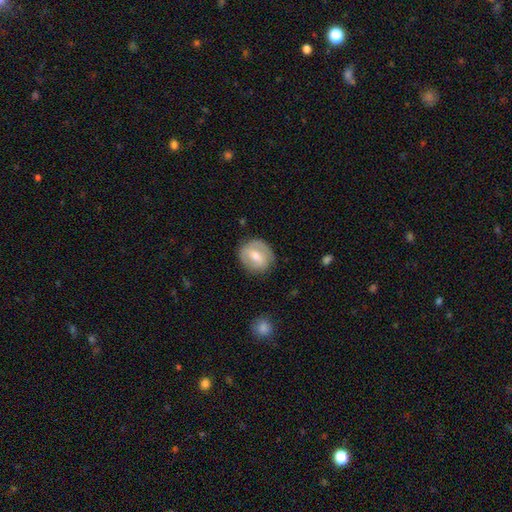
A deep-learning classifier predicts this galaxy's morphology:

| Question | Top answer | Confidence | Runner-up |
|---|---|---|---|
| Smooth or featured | featured or disk | 46% | tied: smooth (46%) |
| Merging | none | 81% | minor disturbance (14%) |